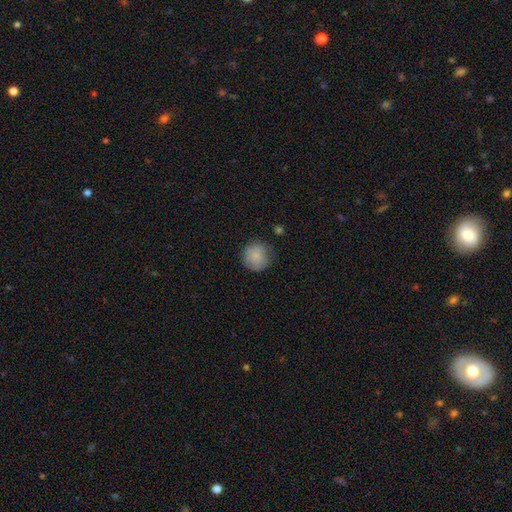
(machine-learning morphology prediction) Overall: smooth (83%). How rounded: round (92%). Merging: none (74%).